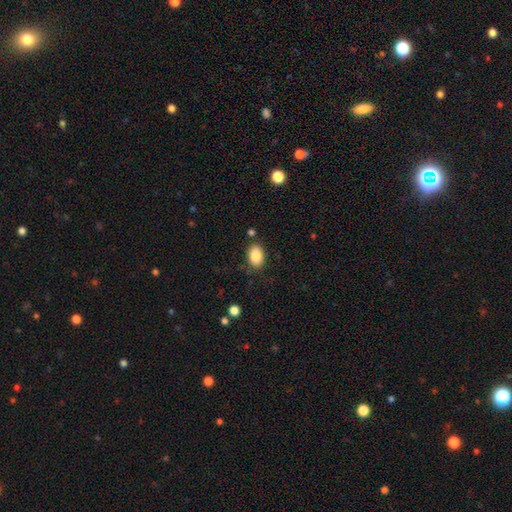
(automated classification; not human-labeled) smooth-or-featured: smooth: 86% | star or artifact: 8% | featured or disk: 6%
  how-rounded: in between: 86% | round: 13% | cigar-shaped: 1%
  merging: none: 82% | minor disturbance: 12% | major disturbance: 3% | merger: 3%